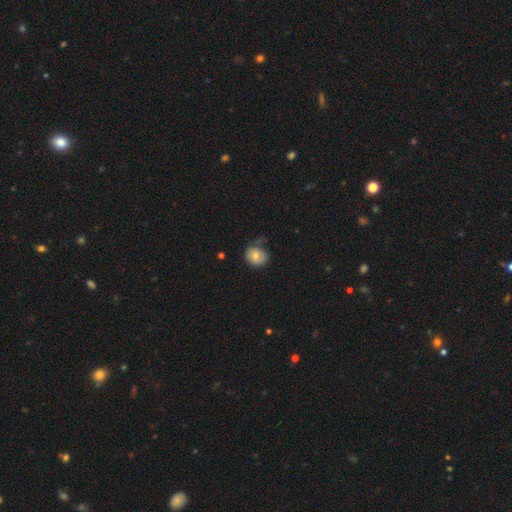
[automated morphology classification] The model was most divided on "merging": none: 51%, minor disturbance: 31%, major disturbance: 15%, merger: 4%. More confident: how rounded — round (69%); smooth or featured — smooth (65%).